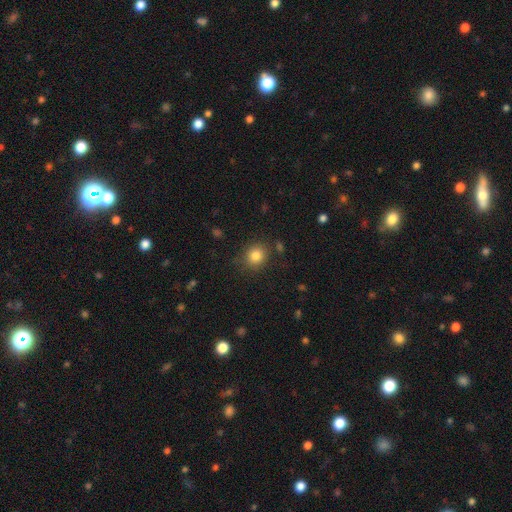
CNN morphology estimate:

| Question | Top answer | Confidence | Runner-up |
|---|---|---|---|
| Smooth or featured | smooth | 83% | star or artifact (11%) |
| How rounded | round | 81% | in between (19%) |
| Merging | none | 84% | minor disturbance (10%) |